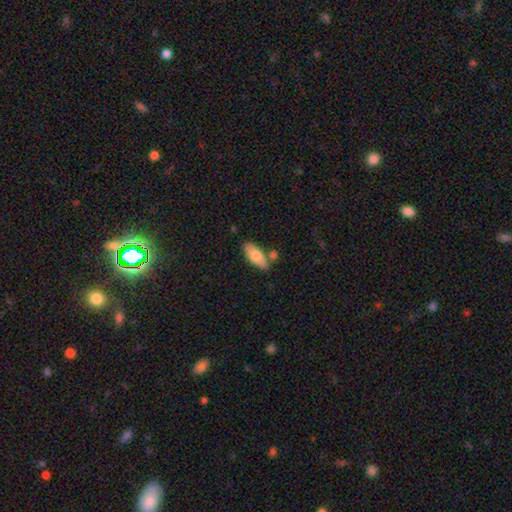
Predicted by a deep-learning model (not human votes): A smooth galaxy with no disk features (76%) that is in between round and cigar-shaped (84%).

Vote fractions:
- Smooth or featured? smooth: 76% / featured or disk: 18% / star or artifact: 6%
- How rounded? in between: 84% / cigar-shaped: 13% / round: 2%
- Merging? none: 72% / minor disturbance: 14% / merger: 11% / major disturbance: 3%